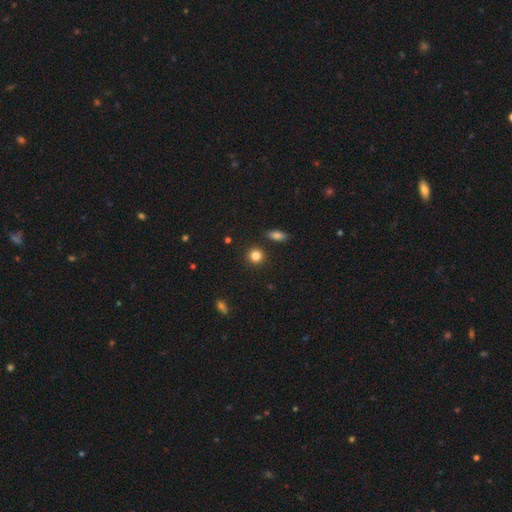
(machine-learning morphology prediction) The model was most divided on "smooth or featured": smooth: 84%, star or artifact: 11%, featured or disk: 5%. More confident: how rounded — round (90%); merging — none (89%).